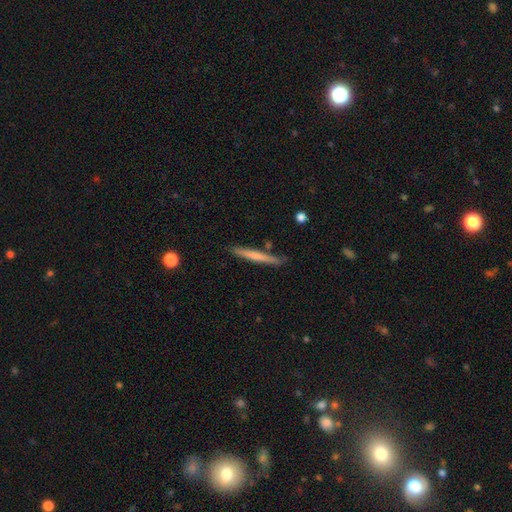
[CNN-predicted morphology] Overall: smooth (60%; featured or disk 34%). How rounded: cigar-shaped (96%). Merging: none (85%).